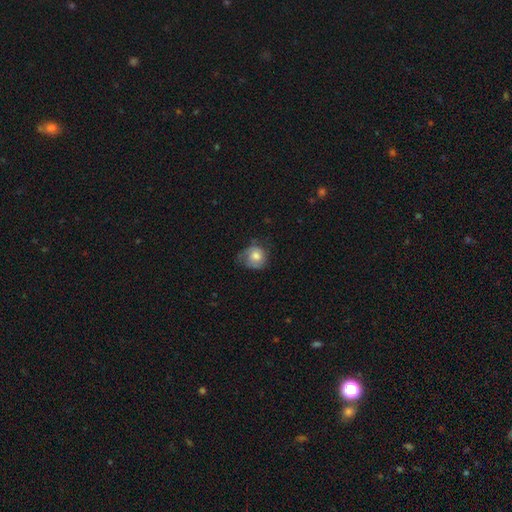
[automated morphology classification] type=smooth (64%); roundness=round (73%); merging=none (47%).